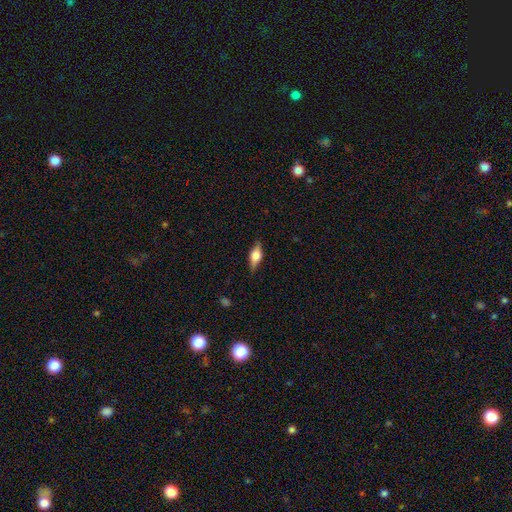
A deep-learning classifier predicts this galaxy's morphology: A smooth galaxy with no disk features (46%, tied with featured or disk).

Vote fractions:
- Smooth or featured? smooth: 46% (tied) / featured or disk: 46% (tied) / star or artifact: 8%
- Merging? none: 81% / minor disturbance: 15% / major disturbance: 3% / merger: 1%